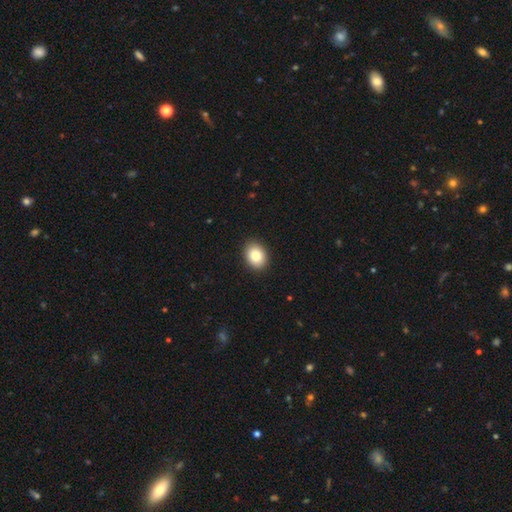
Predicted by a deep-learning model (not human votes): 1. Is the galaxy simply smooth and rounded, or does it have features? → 85% smooth, 8% star or artifact, 7% featured or disk.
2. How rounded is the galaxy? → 64% in between, 35% round, 1% cigar-shaped.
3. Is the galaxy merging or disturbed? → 91% none, 7% minor disturbance, 2% major disturbance, 1% merger.